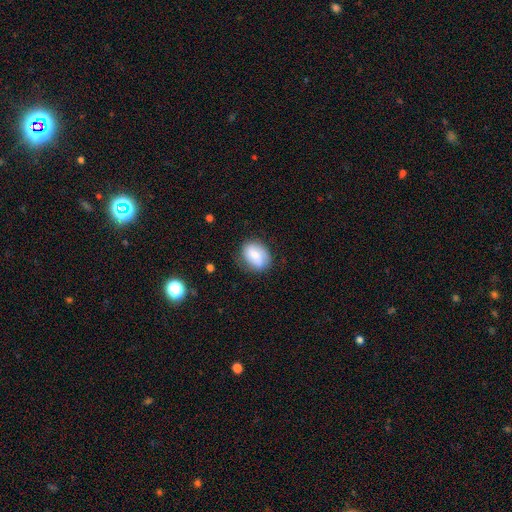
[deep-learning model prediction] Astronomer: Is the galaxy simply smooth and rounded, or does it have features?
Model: smooth — 76%.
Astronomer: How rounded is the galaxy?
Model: in between — 65%.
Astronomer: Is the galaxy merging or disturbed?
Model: none — 73%.